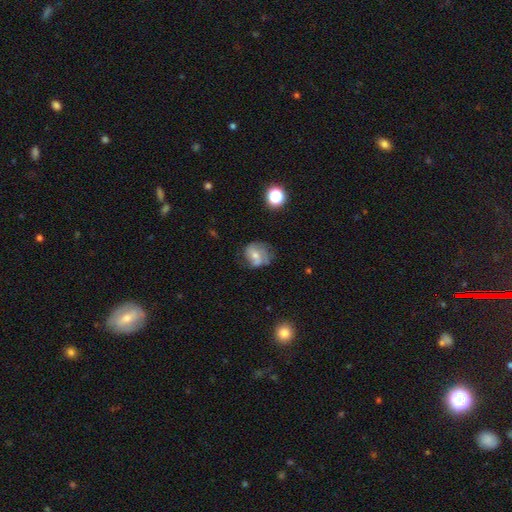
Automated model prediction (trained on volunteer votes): Smooth or featured? Predicted: featured or disk (p=0.50). Edge-on disk? Predicted: no (p=0.97). Merging? Predicted: none (p=0.48).